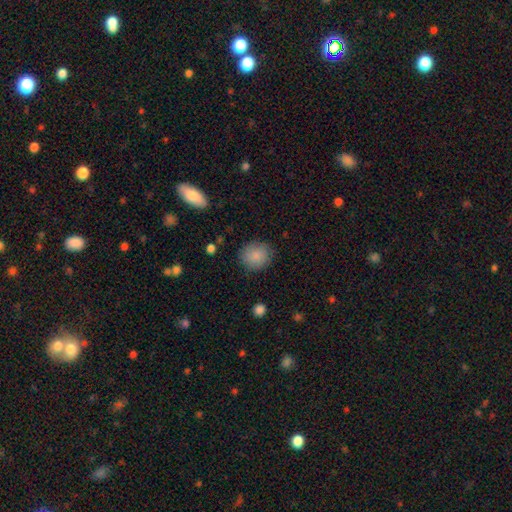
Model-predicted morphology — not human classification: This is clearly a smooth galaxy (86%). How rounded: likely round (80%). Merging: clearly none (82%).